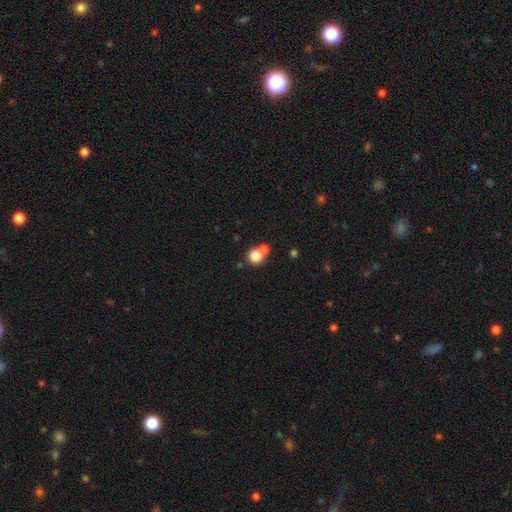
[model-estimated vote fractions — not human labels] smooth-or-featured: smooth: 80% | star or artifact: 10% | featured or disk: 10%
  how-rounded: round: 83% | in between: 16% | cigar-shaped: 1%
  merging: merger: 46% | none: 44% | minor disturbance: 7% | major disturbance: 3%